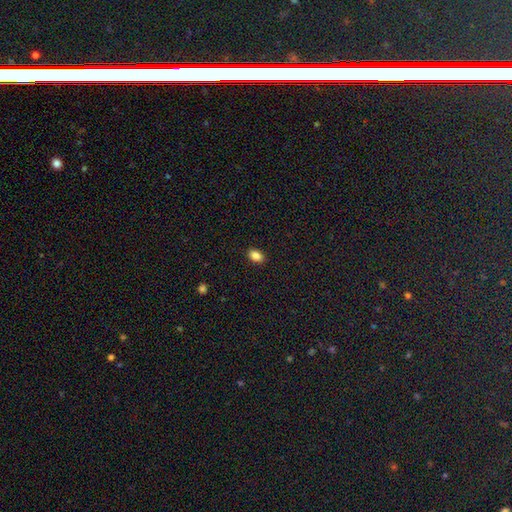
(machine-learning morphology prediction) This is clearly a smooth galaxy (86%). How rounded: clearly in between (84%). Merging: clearly none (90%).